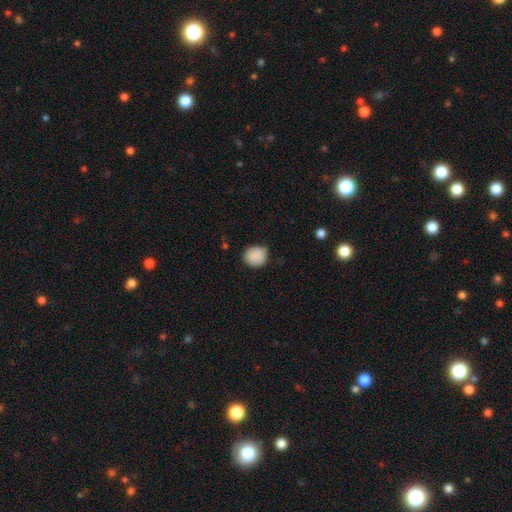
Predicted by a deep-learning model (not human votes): A smooth galaxy with no disk features (88%) that is round (78%). Merging: none (76%).